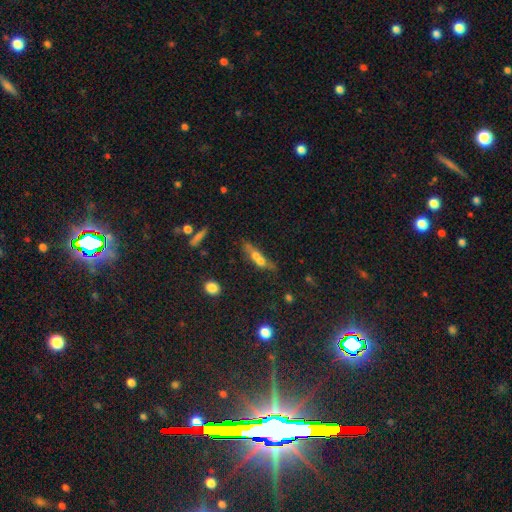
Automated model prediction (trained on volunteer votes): This is possibly a smooth galaxy (53%). How rounded: possibly cigar-shaped (56%). Merging: possibly merger (46%).